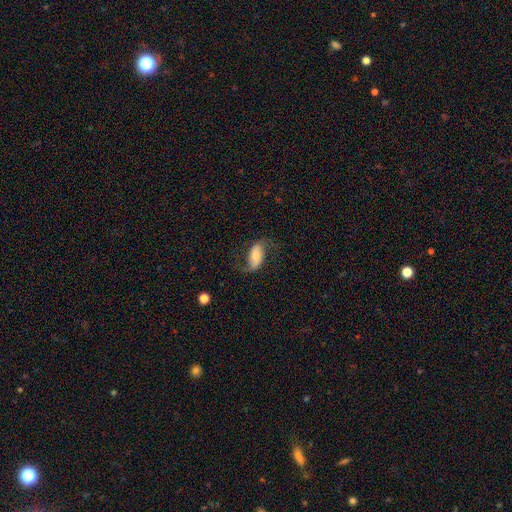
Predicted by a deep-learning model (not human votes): Smooth or featured? Predicted: featured or disk (p=0.66). Edge-on disk? Predicted: no (p=0.93). Bar? Predicted: no (p=0.39). Spiral arms? Predicted: yes (p=0.91). Spiral winding? Predicted: loose (p=0.72). Spiral arm count? Predicted: 2 (p=0.91). Bulge size? Predicted: moderate (p=0.46). Merging? Predicted: none (p=0.68).